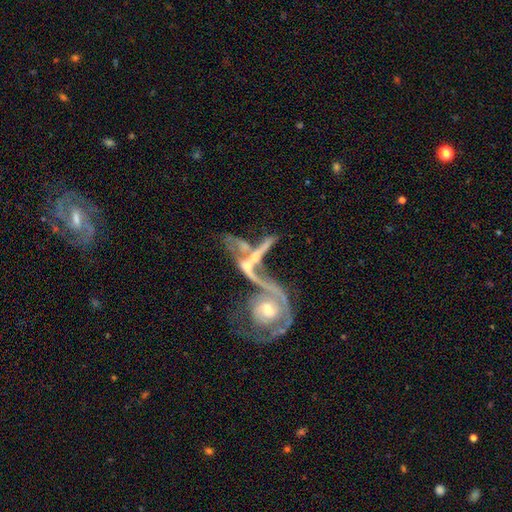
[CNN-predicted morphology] This appears to be a featured or disk galaxy (66%) with no bar (74%), no spiral arms (52%) and a small central bulge (36%). Merging: merger (63%).